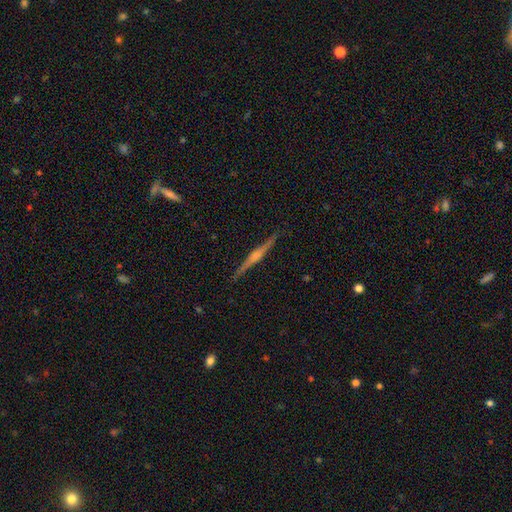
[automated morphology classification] This is likely a featured or disk galaxy (79%). It is clearly viewed edge-on (98%). Edge-on bulge: likely rounded (70%). Merging: clearly none (90%).